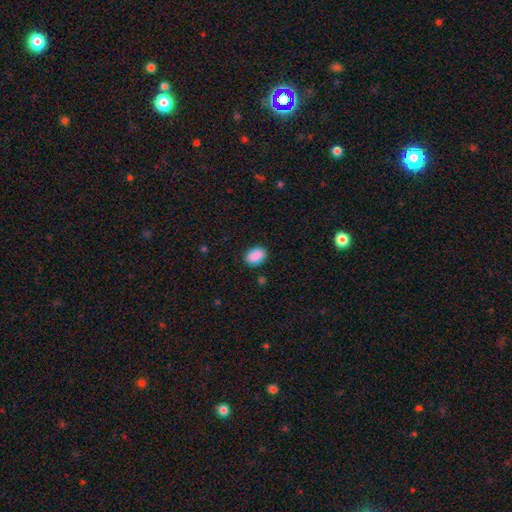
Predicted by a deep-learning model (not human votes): A smooth galaxy with no disk features (90%) that is in between round and cigar-shaped (82%).

Vote fractions:
- Smooth or featured? smooth: 90% / star or artifact: 7% / featured or disk: 3%
- How rounded? in between: 82% / round: 17% / cigar-shaped: 1%
- Merging? none: 86% / minor disturbance: 10% / major disturbance: 2% / merger: 1%